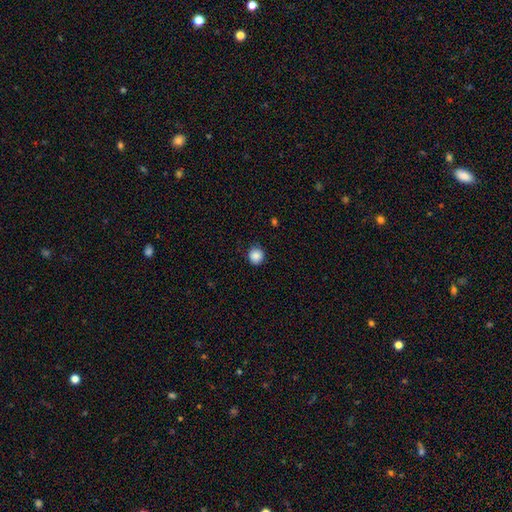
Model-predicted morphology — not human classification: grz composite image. It shows a smooth galaxy with no disk features (87%) that is round (91%). Merging: none (87%).